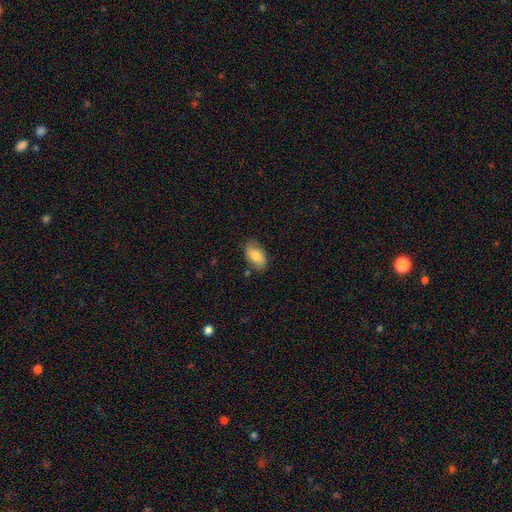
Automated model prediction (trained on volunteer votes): Q: Smooth or featured?
A: smooth (78%); runner-up: featured or disk (15%)
Q: How rounded?
A: in between (92%); runner-up: round (5%)
Q: Merging?
A: none (78%); runner-up: minor disturbance (17%)